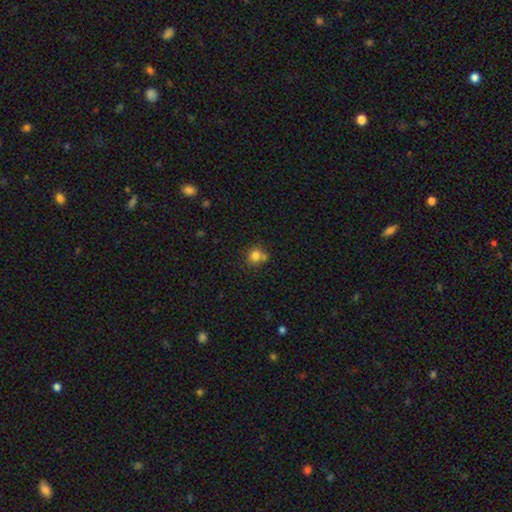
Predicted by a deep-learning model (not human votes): Q: Smooth or featured?
A: smooth (79%); runner-up: star or artifact (12%)
Q: How rounded?
A: round (84%); runner-up: in between (15%)
Q: Merging?
A: none (57%); runner-up: merger (25%)